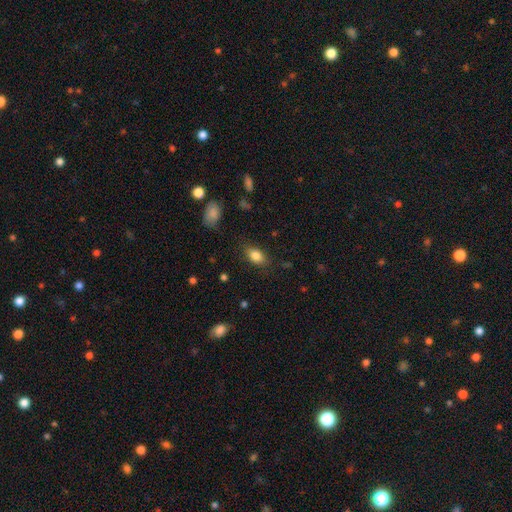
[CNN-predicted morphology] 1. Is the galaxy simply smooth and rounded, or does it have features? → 84% smooth, 9% star or artifact, 7% featured or disk.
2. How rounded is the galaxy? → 87% in between, 10% round, 3% cigar-shaped.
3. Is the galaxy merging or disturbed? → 81% none, 14% minor disturbance, 4% major disturbance, 1% merger.